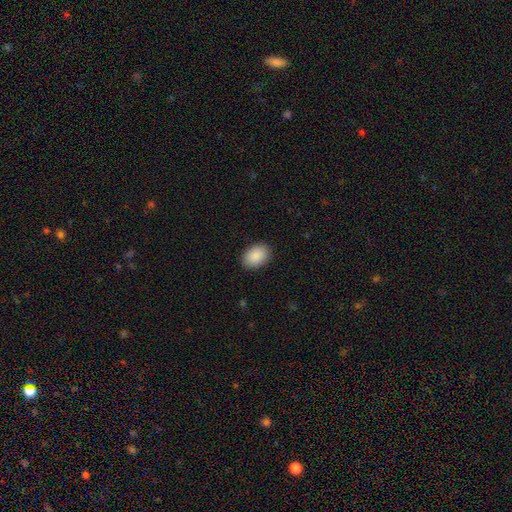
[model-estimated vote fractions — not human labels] smooth 90%, star or artifact 7%, featured or disk 3%. Down the decision tree: how rounded — in between (85%); merging — none (89%).